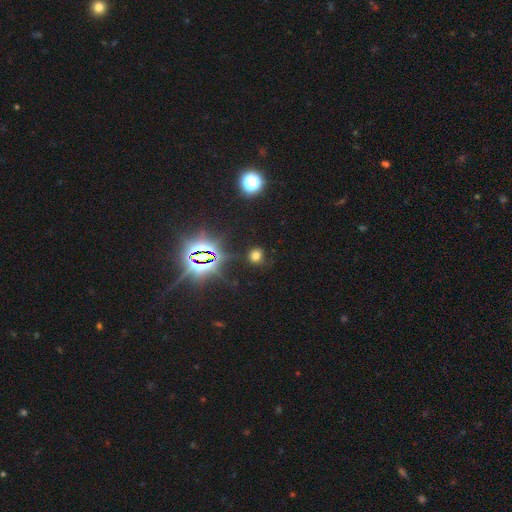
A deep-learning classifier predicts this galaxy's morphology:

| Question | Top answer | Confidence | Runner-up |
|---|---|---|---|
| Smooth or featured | smooth | 60% | star or artifact (33%) |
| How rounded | round | 80% | in between (18%) |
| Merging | none | 81% | minor disturbance (12%) |